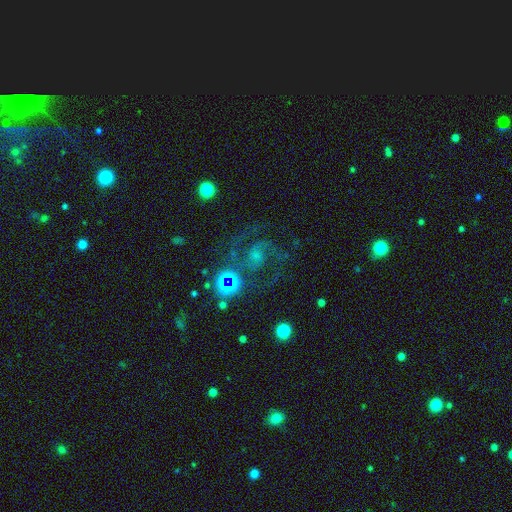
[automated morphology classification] Q: Smooth or featured?
A: featured or disk (67%); runner-up: star or artifact (18%)
Q: Edge-on disk?
A: no (98%); runner-up: yes (2%)
Q: Bar?
A: no (53%); runner-up: weak (35%)
Q: Spiral arms?
A: yes (93%); runner-up: no (7%)
Q: Spiral winding?
A: medium (54%); runner-up: loose (28%)
Q: Spiral arm count?
A: 2 (74%); runner-up: can't tell (9%)
Q: Bulge size?
A: small (36%); runner-up: moderate (28%)
Q: Merging?
A: none (61%); runner-up: major disturbance (18%)